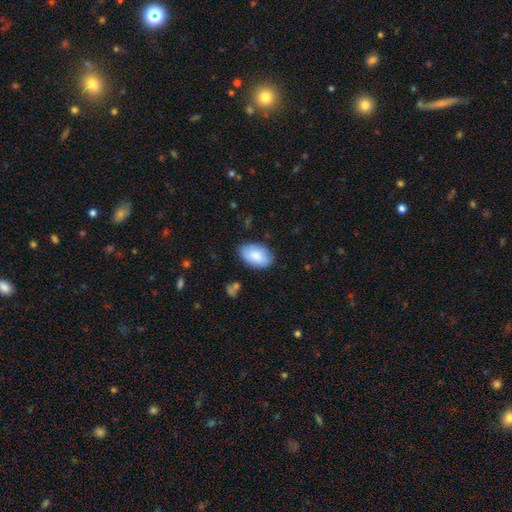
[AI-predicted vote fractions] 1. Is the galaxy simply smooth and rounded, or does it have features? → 86% smooth, 8% featured or disk, 6% star or artifact.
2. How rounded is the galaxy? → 93% in between, 5% round, 1% cigar-shaped.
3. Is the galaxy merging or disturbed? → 82% none, 13% minor disturbance, 3% major disturbance, 1% merger.